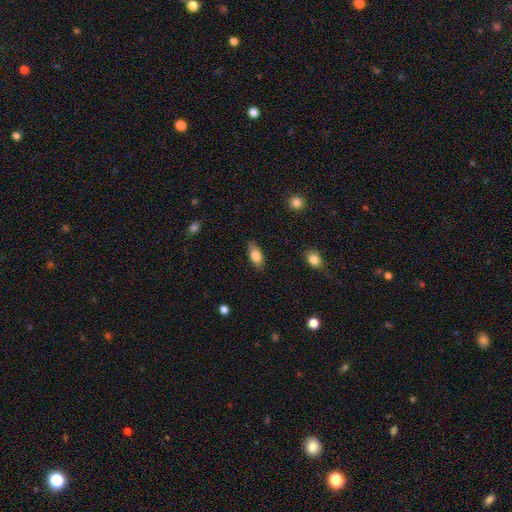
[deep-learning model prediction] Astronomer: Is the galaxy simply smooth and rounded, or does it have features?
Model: smooth — 80%.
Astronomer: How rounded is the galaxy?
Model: in between — 87%.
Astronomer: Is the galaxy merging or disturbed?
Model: none — 81%.